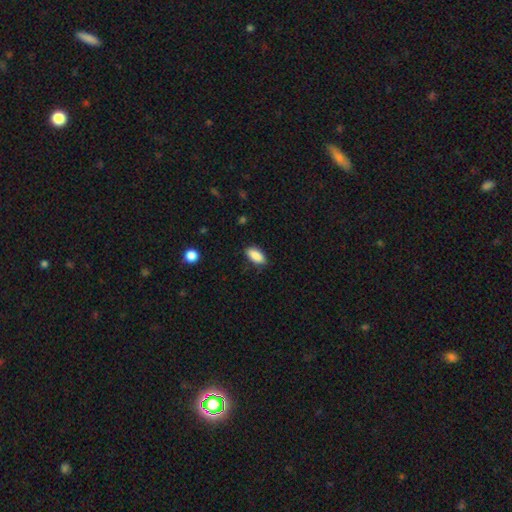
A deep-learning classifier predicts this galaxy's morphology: A smooth galaxy with no disk features (88%) that is in between round and cigar-shaped (88%).

Vote fractions:
- Smooth or featured? smooth: 88% / star or artifact: 7% / featured or disk: 5%
- How rounded? in between: 88% / cigar-shaped: 9% / round: 3%
- Merging? none: 84% / minor disturbance: 12% / major disturbance: 2% / merger: 1%